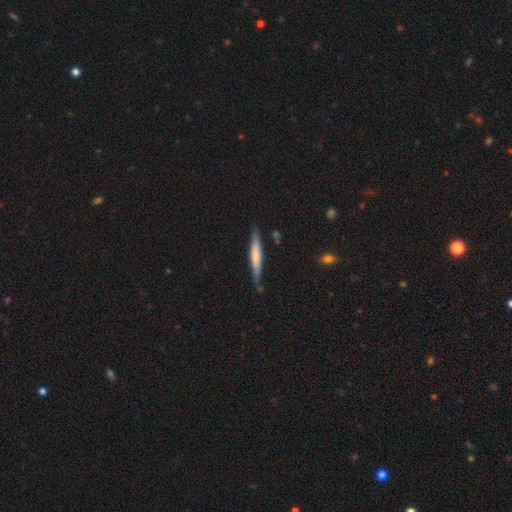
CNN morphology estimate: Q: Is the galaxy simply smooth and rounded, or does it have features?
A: smooth — 55%.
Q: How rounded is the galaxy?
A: cigar-shaped — 93%.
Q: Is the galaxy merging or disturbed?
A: none — 76%.